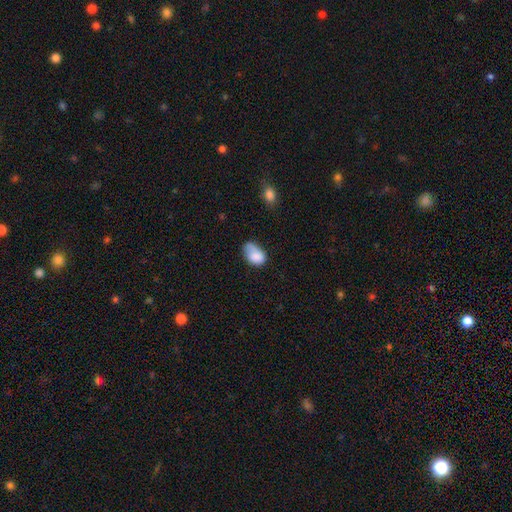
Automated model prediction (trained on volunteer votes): Smooth or featured?
  - smooth: 80% *
  - featured or disk: 12%
  - star or artifact: 8%
How rounded?
  - in between: 85% *
  - round: 14%
  - cigar-shaped: 1%
Merging?
  - none: 37% *
  - minor disturbance: 34%
  - major disturbance: 16%
  - merger: 13%